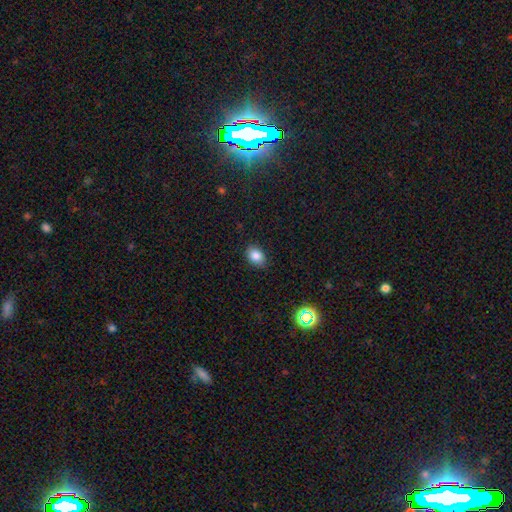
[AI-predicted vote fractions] smooth-or-featured: smooth: 84% | star or artifact: 10% | featured or disk: 6%
  how-rounded: in between: 75% | round: 24% | cigar-shaped: 1%
  merging: none: 86% | minor disturbance: 10% | major disturbance: 2% | merger: 1%